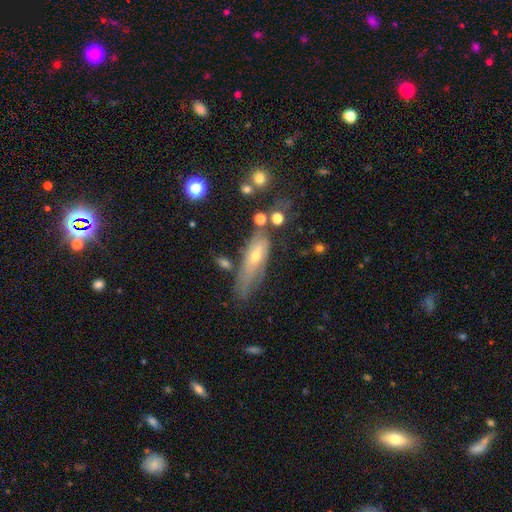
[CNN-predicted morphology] A featured or disk galaxy (47%).

Vote fractions:
- Smooth or featured? featured or disk: 47% / smooth: 44% / star or artifact: 9%
- Merging? none: 43% / minor disturbance: 30% / major disturbance: 18% / merger: 9%